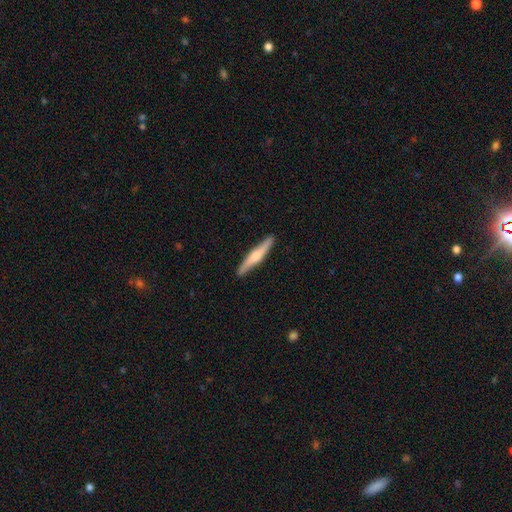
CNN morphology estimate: smooth_or_featured: featured or disk (p=0.53) [alt: smooth p=0.42]
disk_edge_on: yes (p=0.94) [alt: no p=0.06]
merging: none (p=0.89) [alt: minor disturbance p=0.08]